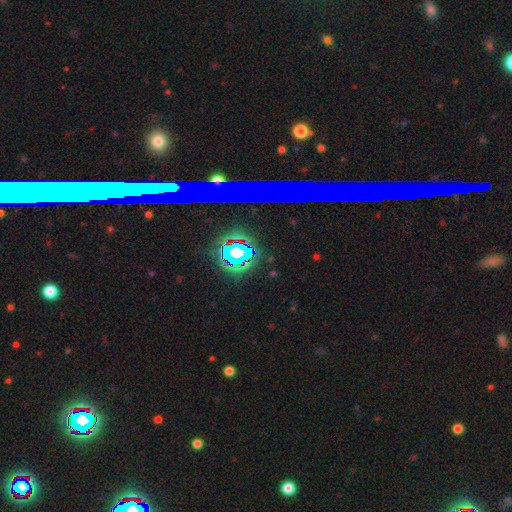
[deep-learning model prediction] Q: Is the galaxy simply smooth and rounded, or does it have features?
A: star or artifact — 70%.